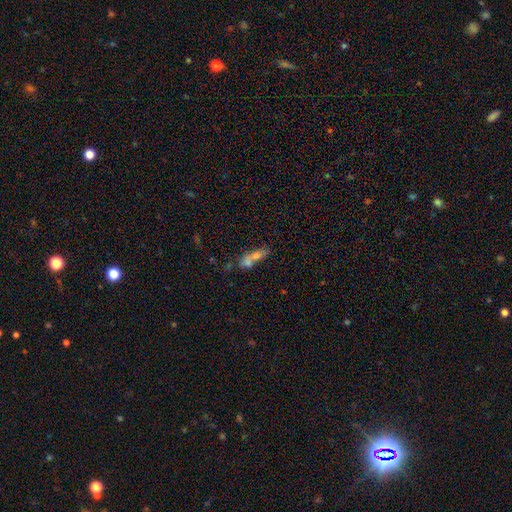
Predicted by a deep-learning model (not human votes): This is possibly a smooth galaxy (58%). How rounded: possibly in between (55%). Merging: likely merger (64%).